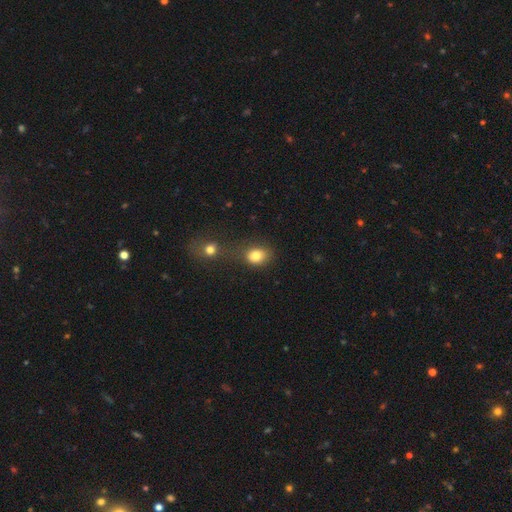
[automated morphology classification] Smooth or featured? Predicted: smooth (p=0.81). How rounded? Predicted: round (p=0.50). Merging? Predicted: none (p=0.55).